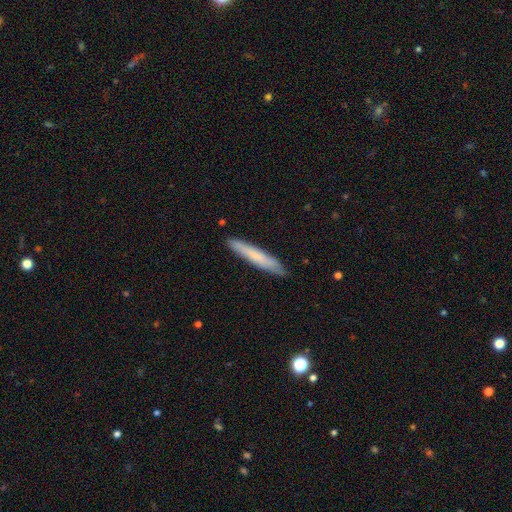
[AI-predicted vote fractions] This appears to be a smooth galaxy with no disk features (69%) that is cigar-shaped (94%). Merging: none (88%).